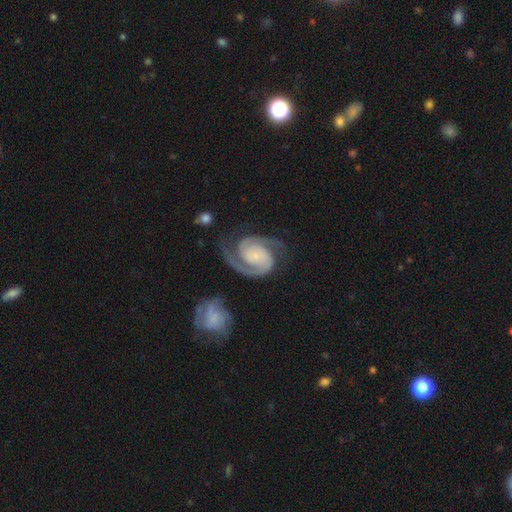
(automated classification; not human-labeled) Smooth or featured? Predicted: featured or disk (p=0.92). Edge-on disk? Predicted: no (p=0.98). Bar? Predicted: no (p=0.66). Spiral arms? Predicted: yes (p=0.98). Spiral winding? Predicted: tight (p=0.48). Spiral arm count? Predicted: 2 (p=0.92). Bulge size? Predicted: small (p=0.57). Merging? Predicted: none (p=0.71).